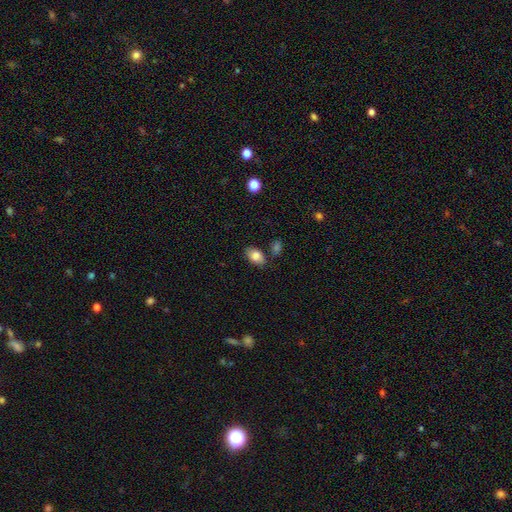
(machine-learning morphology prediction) A smooth galaxy with no disk features (84%) that is in between round and cigar-shaped (90%). Merging: none (75%).